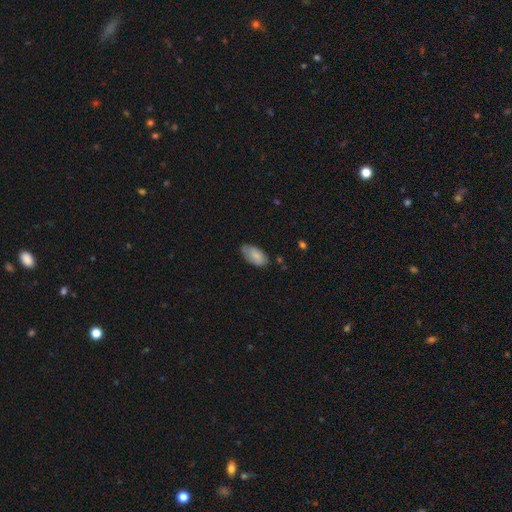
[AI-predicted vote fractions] smooth-or-featured: smooth: 83% | featured or disk: 11% | star or artifact: 6%
  how-rounded: in between: 93% | cigar-shaped: 4% | round: 2%
  merging: none: 69% | minor disturbance: 25% | major disturbance: 4% | merger: 2%